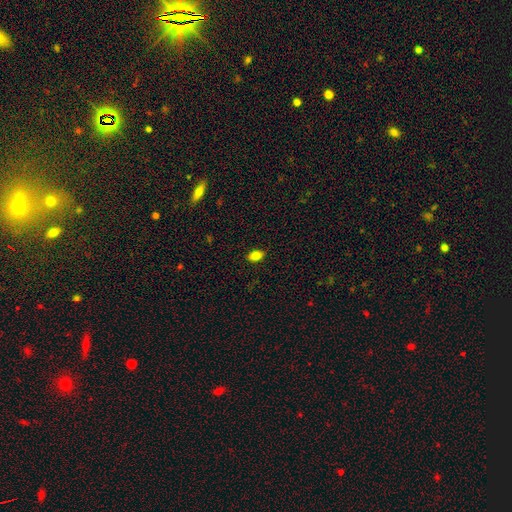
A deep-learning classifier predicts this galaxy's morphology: Smooth or featured: smooth — 82% (star or artifact — 10%)
How rounded: in between — 87% (round — 10%)
Merging: none — 87% (minor disturbance — 10%)